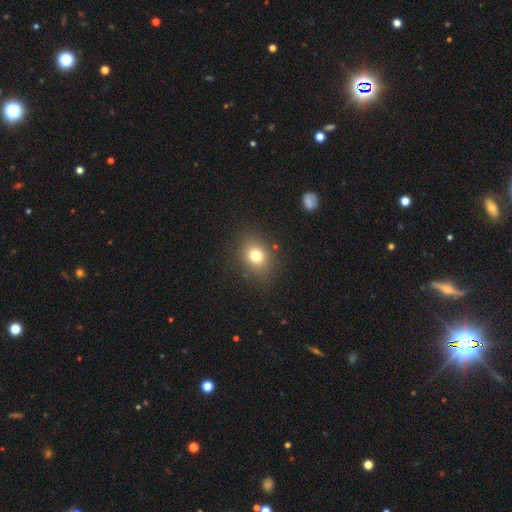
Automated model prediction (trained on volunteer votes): A smooth galaxy with no disk features (77%) that is round (51%).

Vote fractions:
- Smooth or featured? smooth: 77% / star or artifact: 13% / featured or disk: 10%
- How rounded? round: 51% / in between: 48% / cigar-shaped: 1%
- Merging? none: 84% / minor disturbance: 11% / major disturbance: 4% / merger: 2%